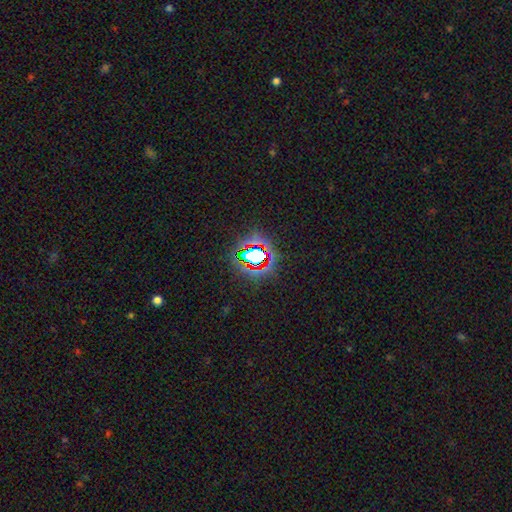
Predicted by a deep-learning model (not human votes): Smooth or featured: star or artifact — 68% (smooth — 20%)